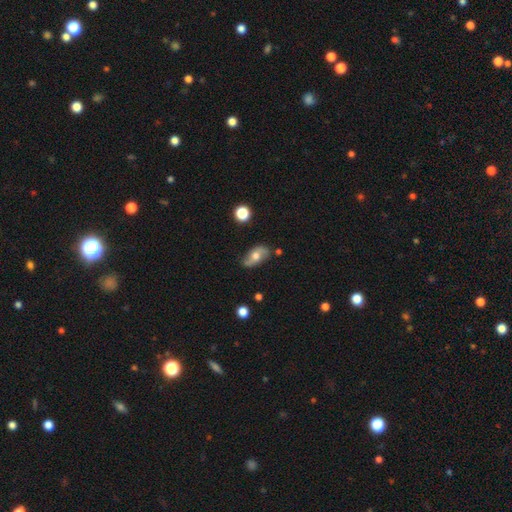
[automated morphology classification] Smooth or featured? Predicted: featured or disk (p=0.52). Edge-on disk? Predicted: no (p=0.89). Merging? Predicted: none (p=0.73).